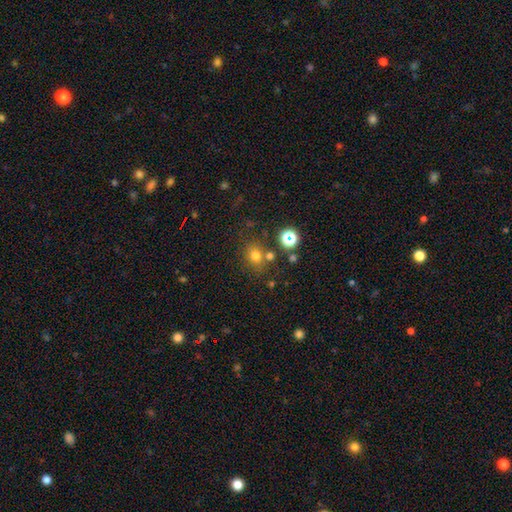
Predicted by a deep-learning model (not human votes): A smooth galaxy with no disk features (70%) that is round (67%).

Vote fractions:
- Smooth or featured? smooth: 70% / star or artifact: 21% / featured or disk: 9%
- How rounded? round: 67% / in between: 32% / cigar-shaped: 1%
- Merging? none: 68% / merger: 16% / minor disturbance: 12% / major disturbance: 5%